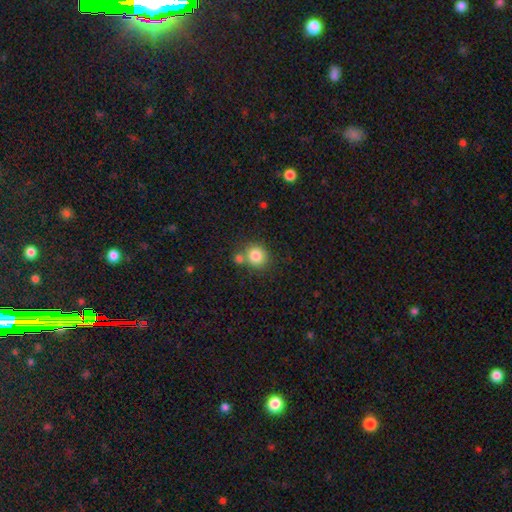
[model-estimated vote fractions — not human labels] Smooth or featured?
  - smooth: 83% *
  - star or artifact: 10%
  - featured or disk: 7%
How rounded?
  - round: 88% *
  - in between: 12%
  - cigar-shaped: 1%
Merging?
  - none: 65% *
  - merger: 22%
  - minor disturbance: 10%
  - major disturbance: 3%